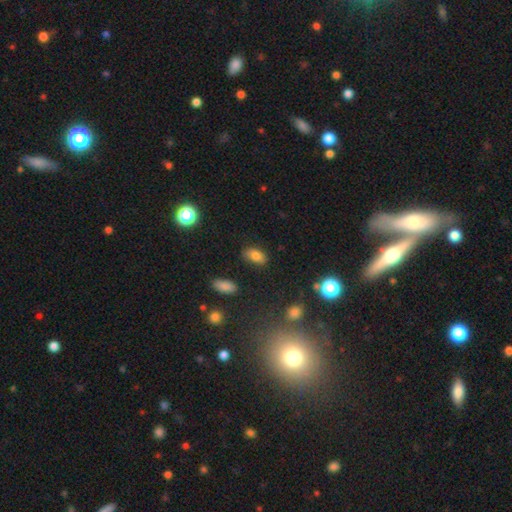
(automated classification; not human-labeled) Smooth or featured: smooth — 80% (star or artifact — 12%)
How rounded: in between — 90% (round — 6%)
Merging: none — 83% (minor disturbance — 12%)